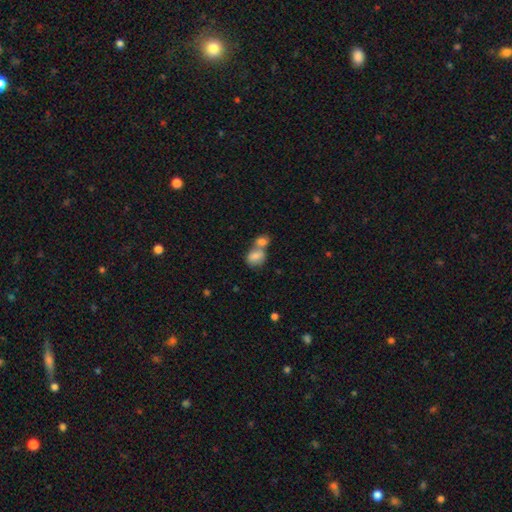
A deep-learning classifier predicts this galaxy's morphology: Q: Smooth or featured?
A: smooth (80%); runner-up: featured or disk (12%)
Q: How rounded?
A: in between (58%); runner-up: round (40%)
Q: Merging?
A: merger (67%); runner-up: none (22%)